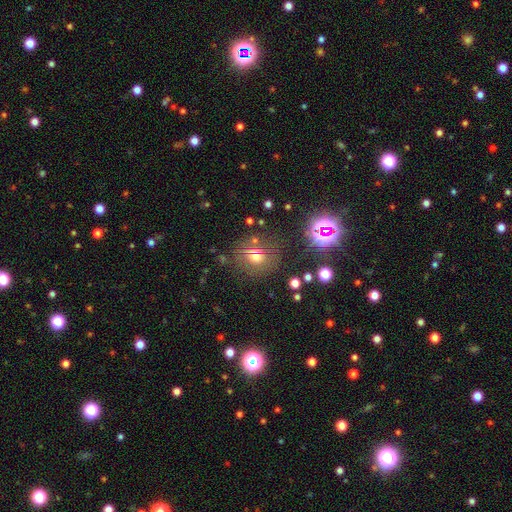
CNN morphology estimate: smooth_or_featured: smooth (p=0.53) [alt: star or artifact p=0.31]
how_rounded: round (p=0.71) [alt: in between p=0.28]
merging: none (p=0.73) [alt: minor disturbance p=0.13]